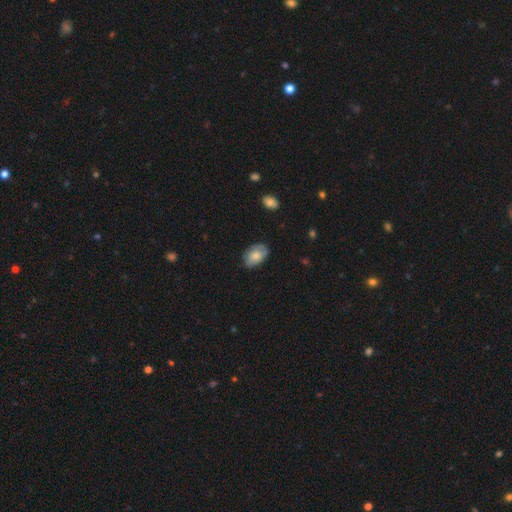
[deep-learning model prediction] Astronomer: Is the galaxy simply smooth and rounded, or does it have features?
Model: smooth — 69%.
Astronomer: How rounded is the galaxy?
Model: in between — 87%.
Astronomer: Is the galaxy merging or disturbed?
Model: none — 70%.